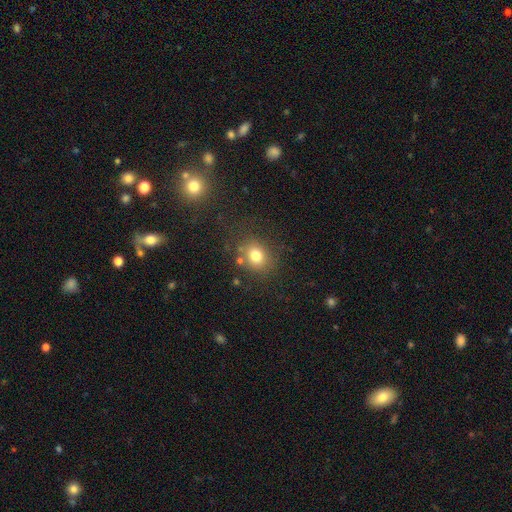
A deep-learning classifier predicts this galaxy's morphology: Q: Smooth or featured?
A: smooth (77%); runner-up: star or artifact (14%)
Q: How rounded?
A: round (63%); runner-up: in between (36%)
Q: Merging?
A: none (74%); runner-up: minor disturbance (14%)